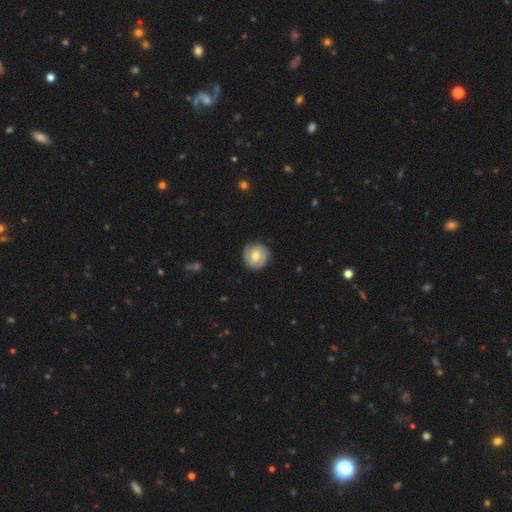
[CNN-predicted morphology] A featured or disk galaxy (65%) with a weak bar (46%), 2 (56%) tight (62%) spiral arms (88%) and a moderate central bulge (68%). Merging: none (82%).